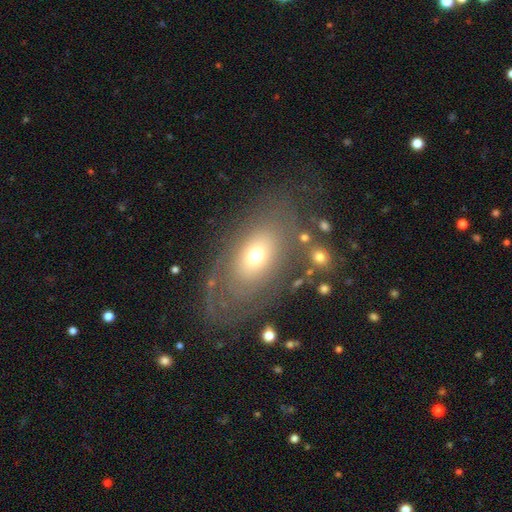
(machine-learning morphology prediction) Smooth or featured? featured or disk (47%)
Merging? none (66%)